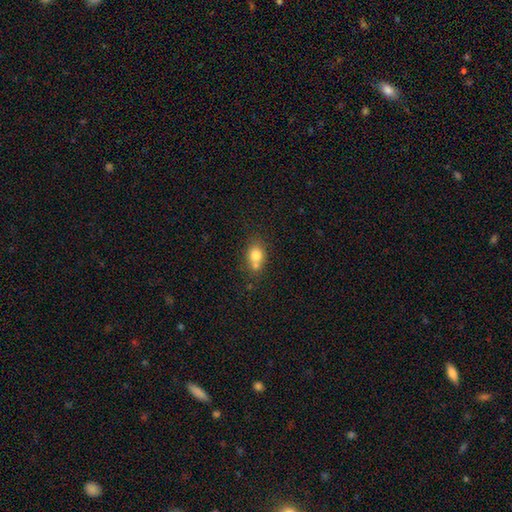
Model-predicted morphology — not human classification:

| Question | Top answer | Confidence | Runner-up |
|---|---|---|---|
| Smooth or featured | smooth | 77% | featured or disk (13%) |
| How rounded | round | 50% | in between (48%) |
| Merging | none | 44% | merger (38%) |